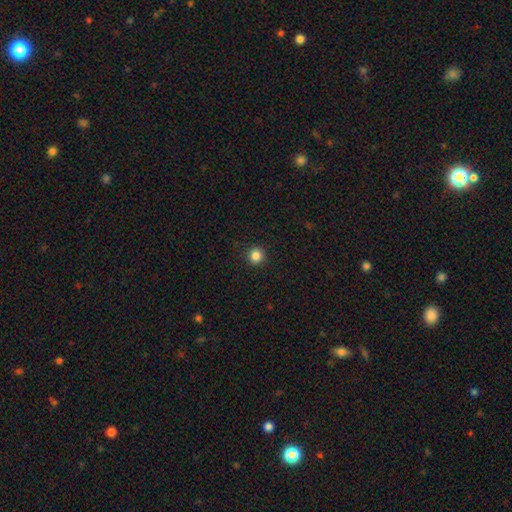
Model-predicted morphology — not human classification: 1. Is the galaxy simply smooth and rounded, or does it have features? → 85% smooth, 11% star or artifact, 4% featured or disk.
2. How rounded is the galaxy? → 95% round, 4% in between, 1% cigar-shaped.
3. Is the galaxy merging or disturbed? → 92% none, 5% minor disturbance, 2% major disturbance, 1% merger.